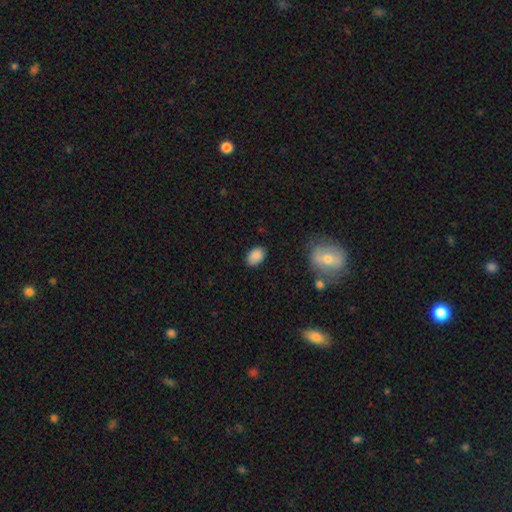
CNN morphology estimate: Q: Smooth or featured?
A: smooth (87%); runner-up: star or artifact (8%)
Q: How rounded?
A: in between (85%); runner-up: round (14%)
Q: Merging?
A: none (83%); runner-up: minor disturbance (13%)